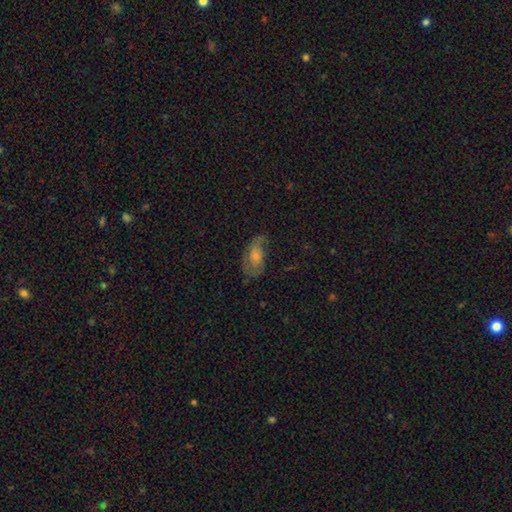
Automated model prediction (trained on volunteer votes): smooth-or-featured: smooth: 49% | featured or disk: 41% | star or artifact: 9%
  merging: none: 49% | minor disturbance: 29% | major disturbance: 20% | merger: 2%